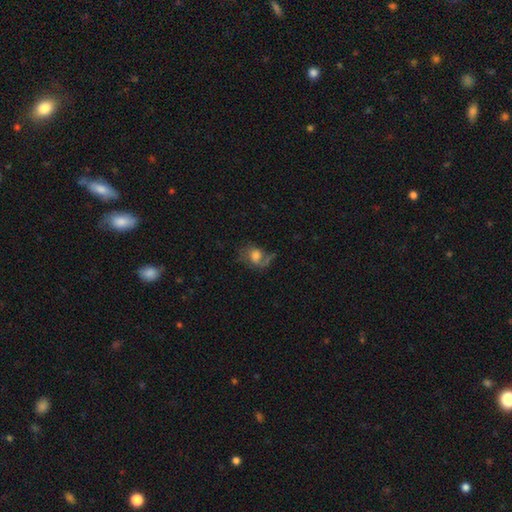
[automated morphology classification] This is possibly a smooth galaxy (46%). Merging: marginally none (37%).